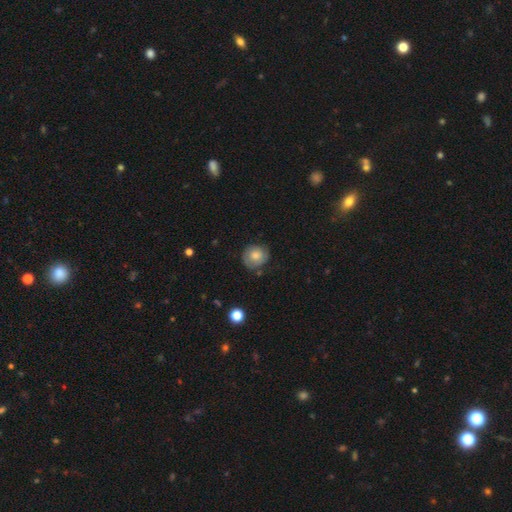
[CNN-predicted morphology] Smooth or featured? smooth (64%)
How rounded? round (86%)
Merging? none (75%)